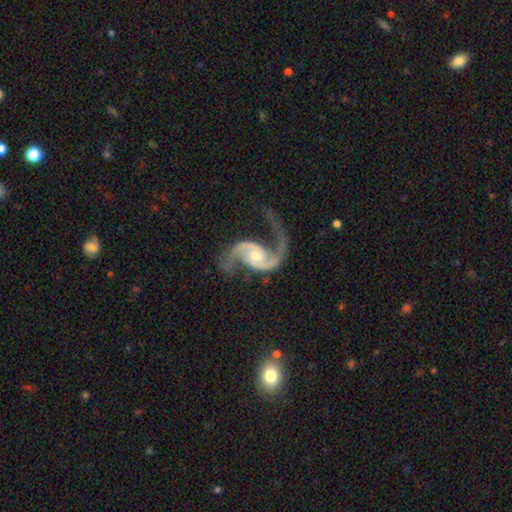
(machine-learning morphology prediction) smooth-or-featured: featured or disk: 94% | star or artifact: 4% | smooth: 3%
  disk-edge-on: no: 98% | yes: 2%
    bar: no: 56% | weak: 33% | strong: 11%
    has-spiral-arms: yes: 98% | no: 2%
      spiral-winding: loose: 55% | medium: 37% | tight: 7%
      spiral-arm-count: 2: 94% | 1: 2% | can't tell: 1% | 3: 1% | 4: 1% | more than 4: 1%
    bulge-size: moderate: 52% | small: 42% | large: 3% | none: 2% | dominant: 1%
  merging: none: 68% | major disturbance: 15% | minor disturbance: 15% | merger: 3%